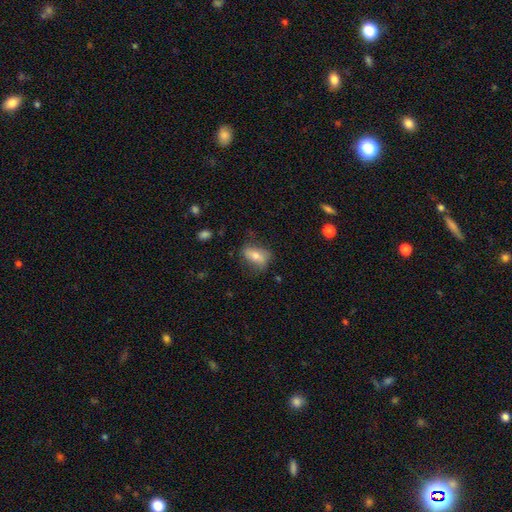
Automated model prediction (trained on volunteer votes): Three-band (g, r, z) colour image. It shows a smooth galaxy with no disk features (65%) that is in between round and cigar-shaped (82%). Merging: none (65%).